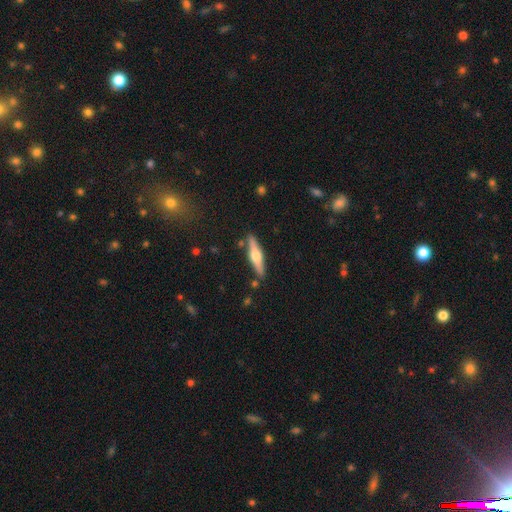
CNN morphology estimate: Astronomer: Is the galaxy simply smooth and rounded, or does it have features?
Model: featured or disk — 60%.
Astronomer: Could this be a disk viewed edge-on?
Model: yes — 96%.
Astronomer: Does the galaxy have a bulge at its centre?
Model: rounded — 92%.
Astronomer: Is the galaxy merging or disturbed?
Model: none — 86%.